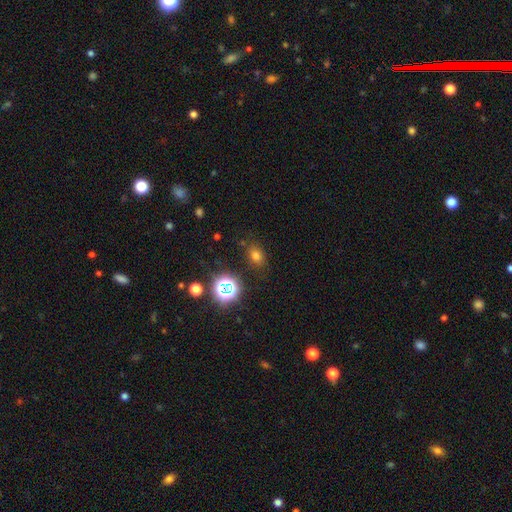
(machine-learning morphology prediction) Q: Smooth or featured?
A: smooth (69%); runner-up: star or artifact (24%)
Q: How rounded?
A: in between (61%); runner-up: round (38%)
Q: Merging?
A: none (81%); runner-up: minor disturbance (12%)